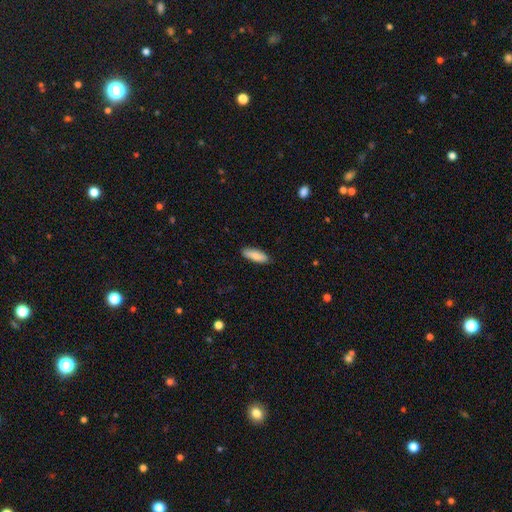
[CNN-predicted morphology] A smooth galaxy with no disk features (84%) that is in between round and cigar-shaped (59%). Merging: none (88%).